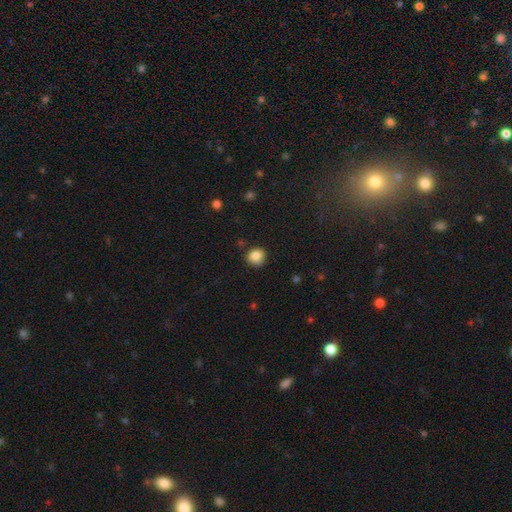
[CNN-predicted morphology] This appears to be a smooth galaxy with no disk features (85%) that is round (87%). Merging: none (84%).